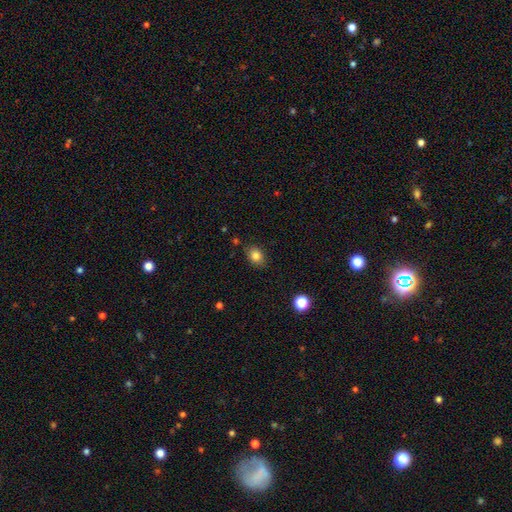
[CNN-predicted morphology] A smooth galaxy with no disk features (82%) that is in between round and cigar-shaped (65%). Merging: none (82%).